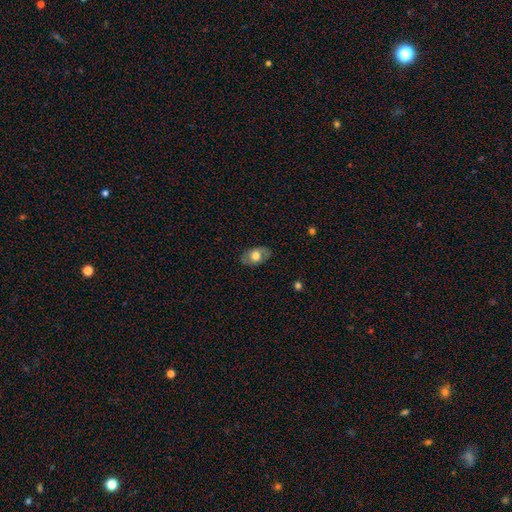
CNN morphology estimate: This appears to be a smooth galaxy with no disk features (58%) that is in between round and cigar-shaped (87%). Merging: none (81%).